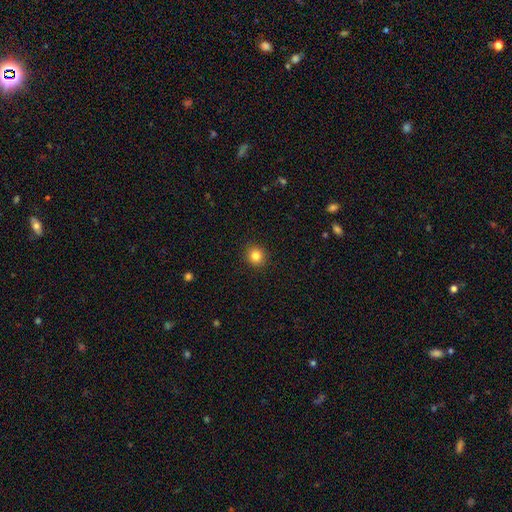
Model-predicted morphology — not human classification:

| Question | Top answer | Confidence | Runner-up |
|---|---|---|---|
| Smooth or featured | smooth | 83% | star or artifact (11%) |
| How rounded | round | 90% | in between (10%) |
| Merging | none | 92% | minor disturbance (5%) |